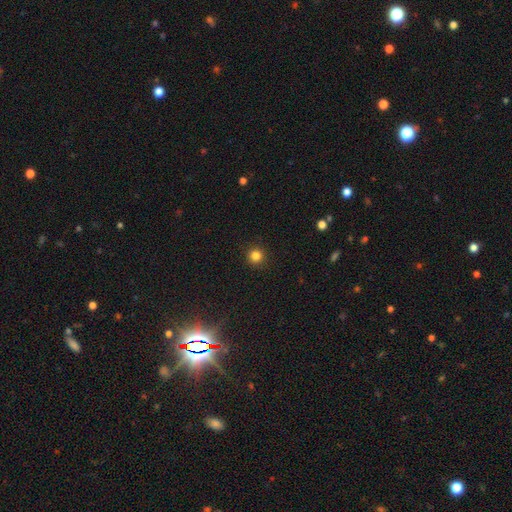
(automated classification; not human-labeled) smooth_or_featured: smooth (p=0.84) [alt: star or artifact p=0.13]
how_rounded: round (p=0.95) [alt: in between p=0.04]
merging: none (p=0.93) [alt: minor disturbance p=0.05]